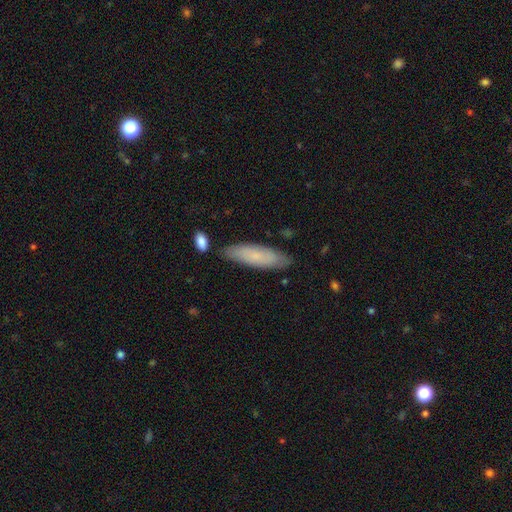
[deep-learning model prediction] smooth_or_featured: smooth (p=0.72) [alt: featured or disk p=0.22]
how_rounded: cigar-shaped (p=0.58) [alt: in between p=0.41]
merging: none (p=0.78) [alt: minor disturbance p=0.15]